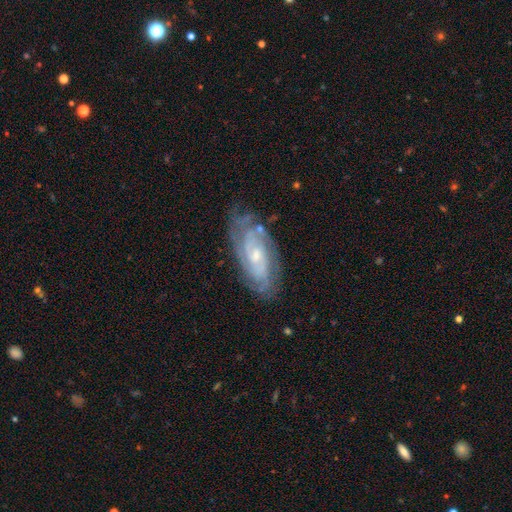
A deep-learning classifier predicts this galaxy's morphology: The model was most divided on "spiral arm count": can't tell: 36%, 2: 28%, 3: 17%, 4: 11%, more than 4: 5%, 1: 4%. More confident: spiral arms — yes (95%); edge-on disk — no (92%); smooth or featured — featured or disk (83%); merging — none (74%); spiral winding — tight (67%); bar — no (64%); bulge size — small (55%).